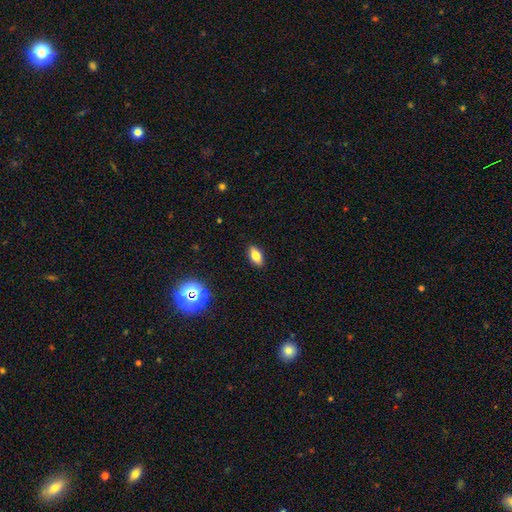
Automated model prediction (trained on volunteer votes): Overall: smooth (76%). How rounded: in between (88%). Merging: none (89%).